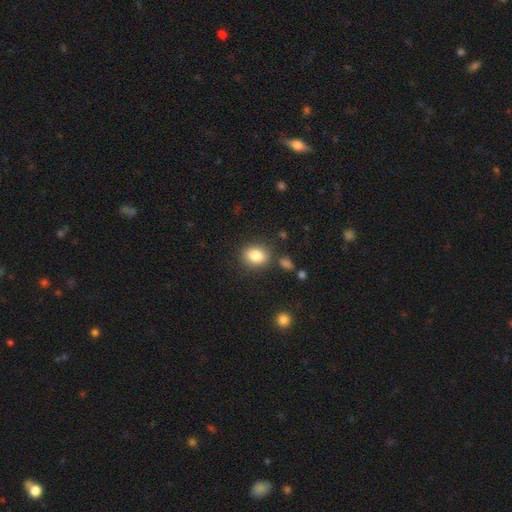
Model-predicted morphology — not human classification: smooth 85%, star or artifact 9%, featured or disk 6%. Down the decision tree: how rounded — in between (58%); merging — none (82%).